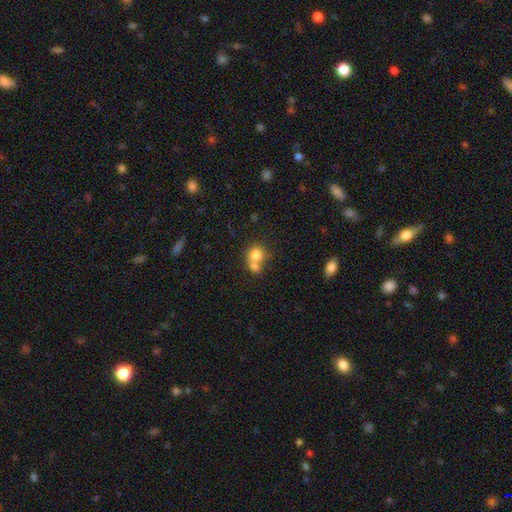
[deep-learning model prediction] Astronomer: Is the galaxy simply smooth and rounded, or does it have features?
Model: smooth — 76%.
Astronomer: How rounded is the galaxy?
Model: round — 75%.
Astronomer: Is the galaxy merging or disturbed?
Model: merger — 59%.